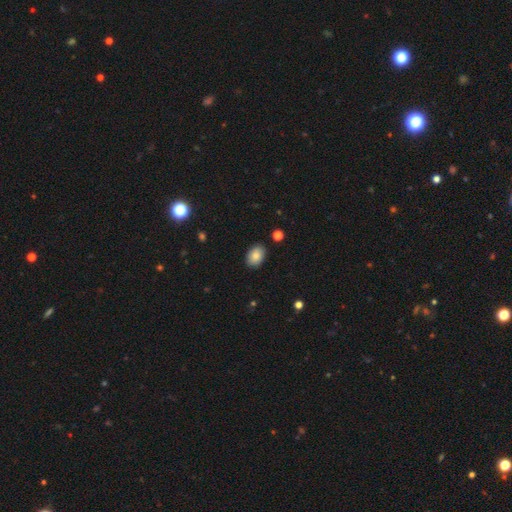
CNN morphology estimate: smooth-or-featured: smooth: 82% | featured or disk: 10% | star or artifact: 9%
  how-rounded: in between: 80% | round: 19% | cigar-shaped: 1%
  merging: none: 88% | minor disturbance: 9% | major disturbance: 2% | merger: 1%